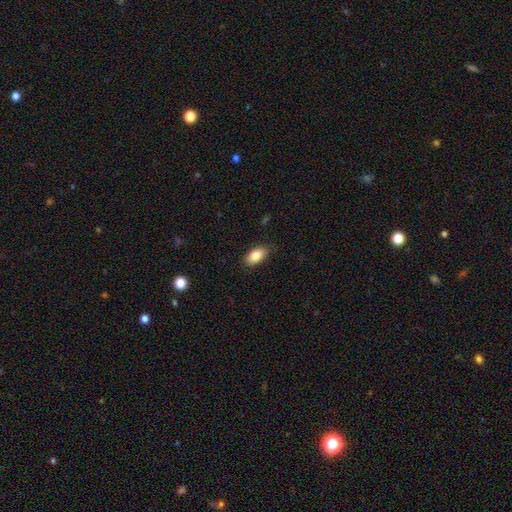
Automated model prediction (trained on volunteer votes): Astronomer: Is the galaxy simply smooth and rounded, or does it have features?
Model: smooth — 84%.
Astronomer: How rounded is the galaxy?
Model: in between — 92%.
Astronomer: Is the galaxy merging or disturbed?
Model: none — 86%.